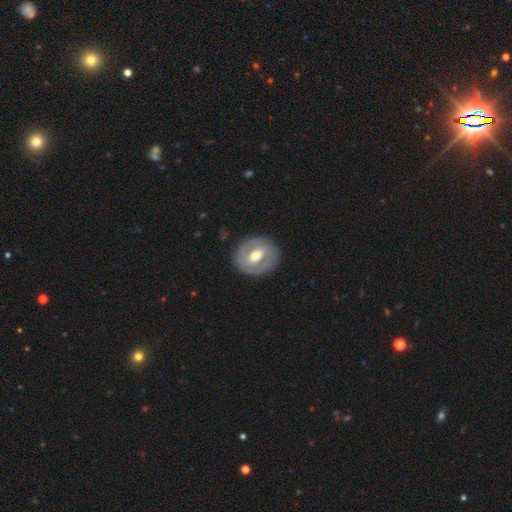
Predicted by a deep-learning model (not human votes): A featured or disk galaxy (63%) with a weak bar (44%), no spiral arms (58%) and a moderate central bulge (75%). Merging: none (86%).